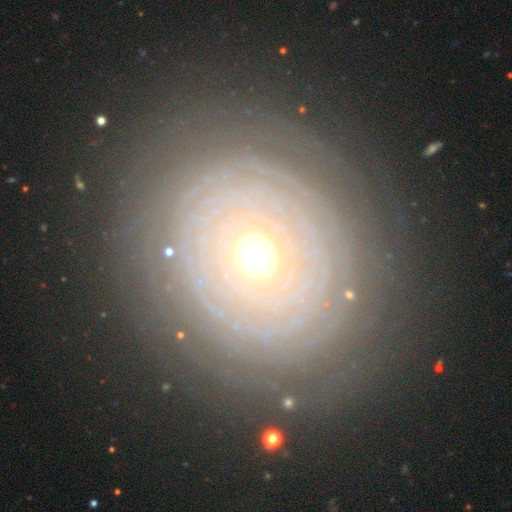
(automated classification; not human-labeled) featured or disk 69%, smooth 22%, star or artifact 8%. Down the decision tree: edge-on disk — no (96%); bar — no (89%); spiral arms — yes (59%); bulge size — moderate (58%); merging — none (83%).